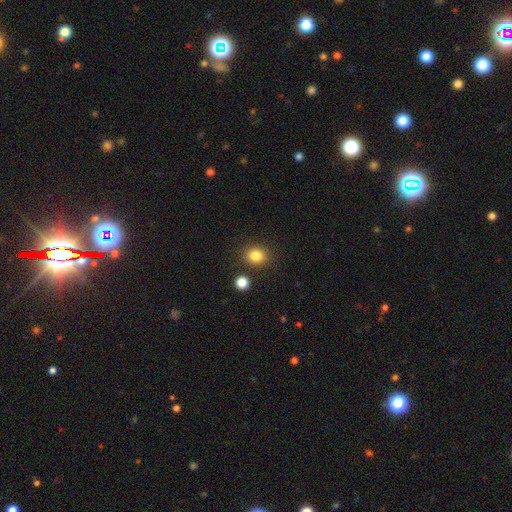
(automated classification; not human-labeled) The model was most divided on "how rounded": round: 68%, in between: 31%, cigar-shaped: 1%. More confident: smooth or featured — smooth (83%); merging — none (83%).